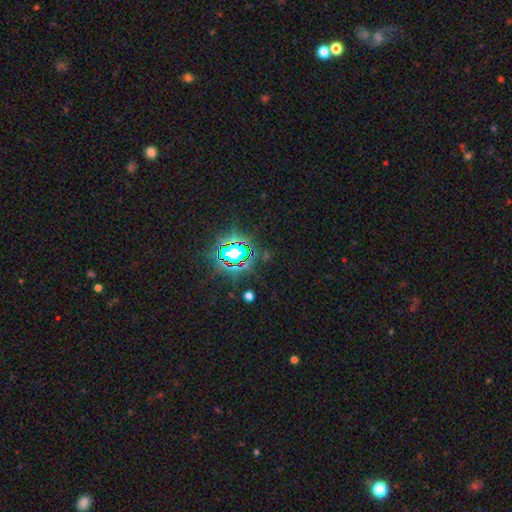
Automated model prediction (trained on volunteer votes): The model was most divided on "smooth or featured": star or artifact: 82%, smooth: 11%, featured or disk: 7%.